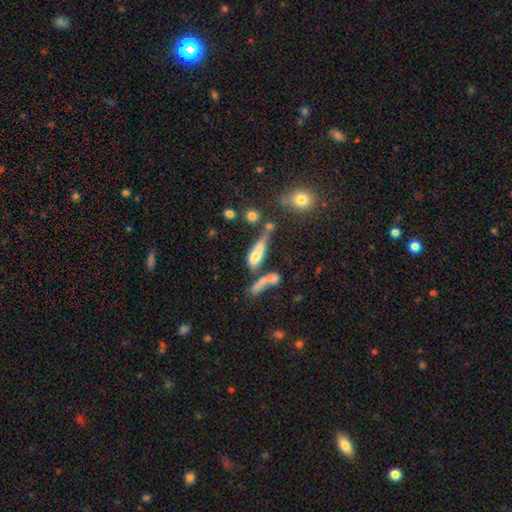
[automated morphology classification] A smooth galaxy with no disk features (53%) that is in between round and cigar-shaped (50%). Merging: merger (43%).